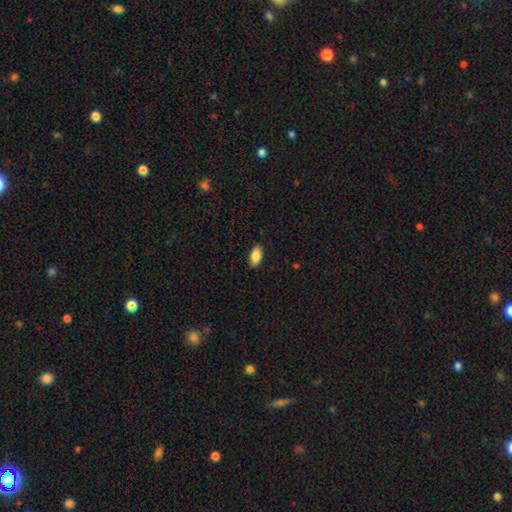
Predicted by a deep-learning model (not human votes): smooth-or-featured: smooth: 87% | star or artifact: 7% | featured or disk: 7%
  how-rounded: in between: 92% | cigar-shaped: 5% | round: 2%
  merging: none: 89% | minor disturbance: 8% | major disturbance: 2% | merger: 1%